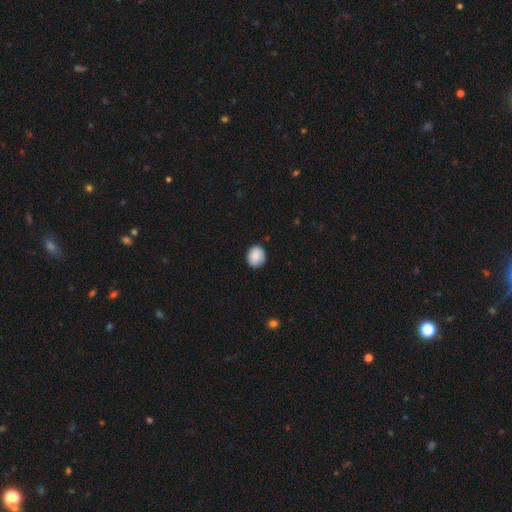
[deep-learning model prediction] This is clearly a smooth galaxy (87%). How rounded: likely round (72%). Merging: clearly none (86%).